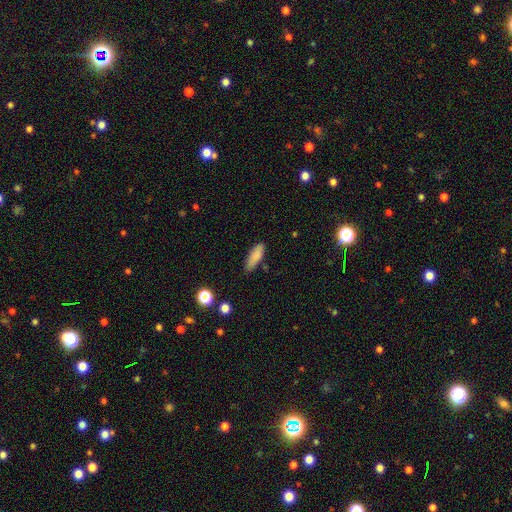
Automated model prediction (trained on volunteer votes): This appears to be a smooth galaxy with no disk features (84%) that is in between round and cigar-shaped (50%). Merging: none (76%).